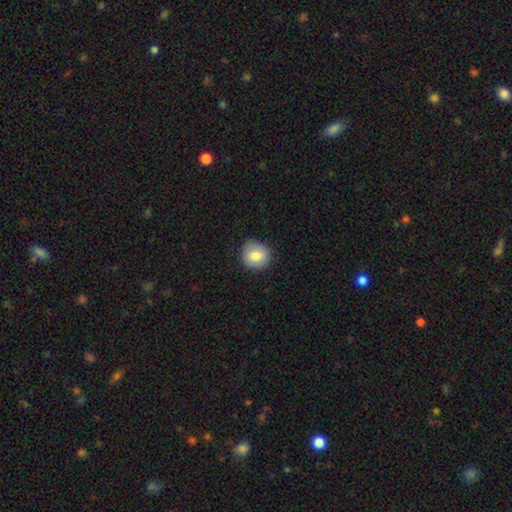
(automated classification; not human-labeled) Morphology: type=smooth (81%); roundness=round (88%); merging=none (84%).